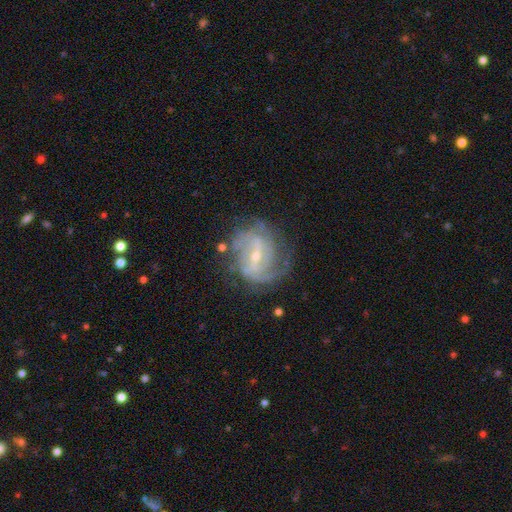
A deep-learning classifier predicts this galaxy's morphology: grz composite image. It shows a featured or disk galaxy (86%) with a weak bar (48%), 2 (42%) medium (43%) spiral arms (94%) and a small central bulge (65%). Merging: none (67%).